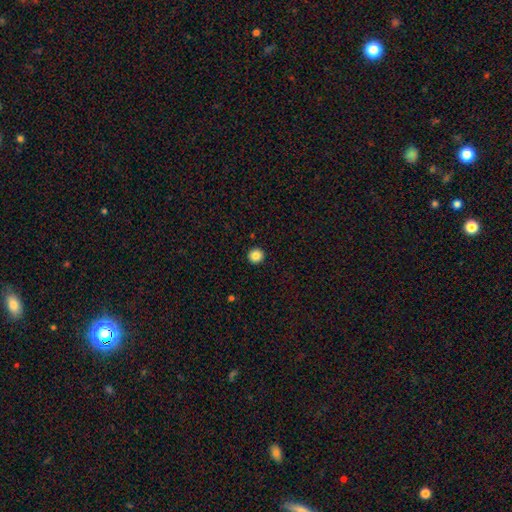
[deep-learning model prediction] smooth_or_featured: smooth (p=0.85) [alt: star or artifact p=0.10]
how_rounded: round (p=0.95) [alt: in between p=0.04]
merging: none (p=0.94) [alt: minor disturbance p=0.04]